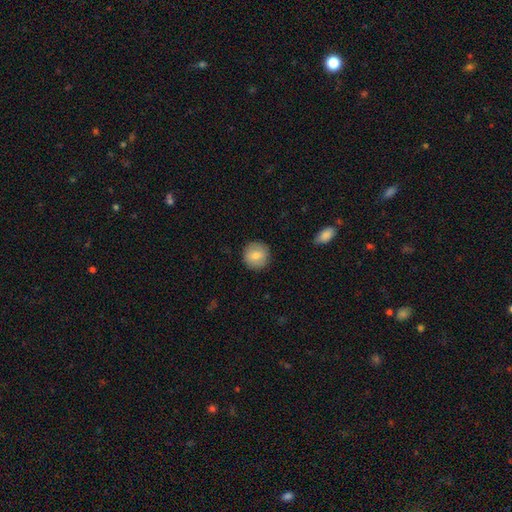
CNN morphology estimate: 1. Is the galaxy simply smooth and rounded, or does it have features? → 78% smooth, 14% featured or disk, 7% star or artifact.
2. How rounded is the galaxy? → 94% round, 5% in between, 1% cigar-shaped.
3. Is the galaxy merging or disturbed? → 90% none, 7% minor disturbance, 2% major disturbance, 1% merger.